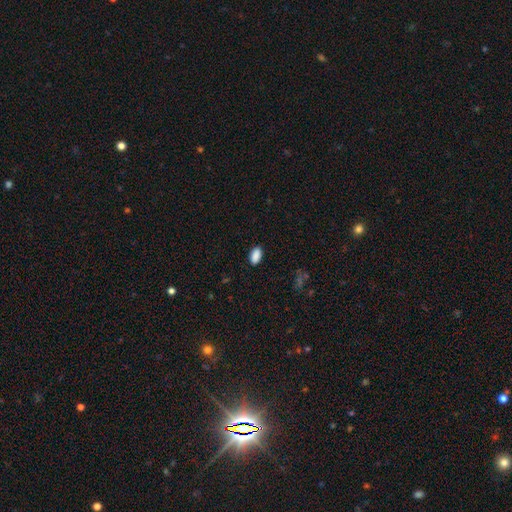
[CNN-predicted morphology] This appears to be a smooth galaxy with no disk features (89%) that is in between round and cigar-shaped (92%). Merging: none (87%).